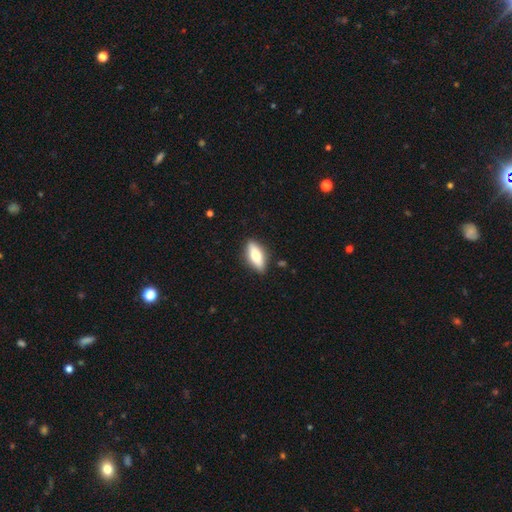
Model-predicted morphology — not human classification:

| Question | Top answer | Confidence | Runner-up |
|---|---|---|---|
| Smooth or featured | smooth | 62% | featured or disk (32%) |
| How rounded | in between | 75% | cigar-shaped (22%) |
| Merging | none | 87% | minor disturbance (9%) |